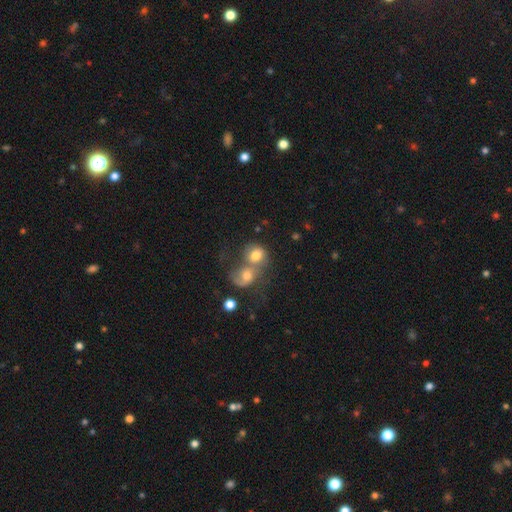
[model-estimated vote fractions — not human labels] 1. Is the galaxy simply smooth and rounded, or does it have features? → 70% smooth, 21% featured or disk, 10% star or artifact.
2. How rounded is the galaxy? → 68% round, 31% in between, 1% cigar-shaped.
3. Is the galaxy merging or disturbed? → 68% merger, 19% none, 7% major disturbance, 6% minor disturbance.